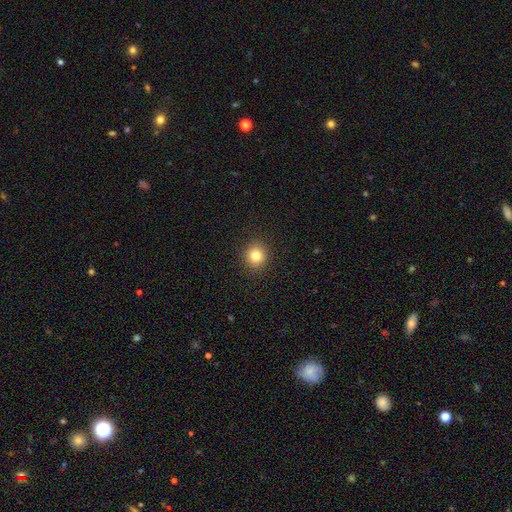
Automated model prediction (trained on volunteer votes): Smooth or featured?
  - smooth: 81% *
  - star or artifact: 12%
  - featured or disk: 7%
How rounded?
  - round: 89% *
  - in between: 10%
  - cigar-shaped: 1%
Merging?
  - none: 91% *
  - minor disturbance: 6%
  - major disturbance: 2%
  - merger: 1%